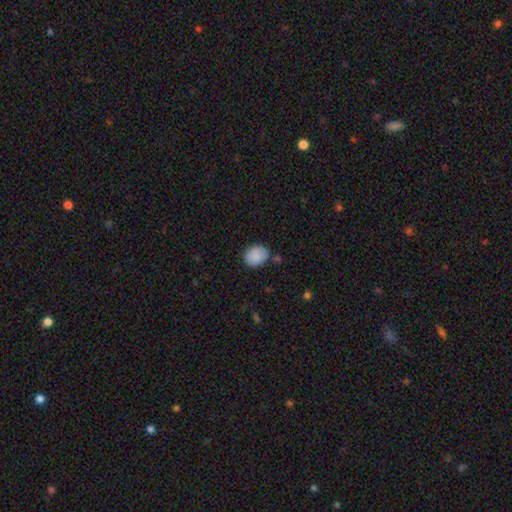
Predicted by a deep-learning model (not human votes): Q: Smooth or featured?
A: smooth (87%); runner-up: star or artifact (7%)
Q: How rounded?
A: in between (53%); runner-up: round (46%)
Q: Merging?
A: none (71%); runner-up: minor disturbance (19%)